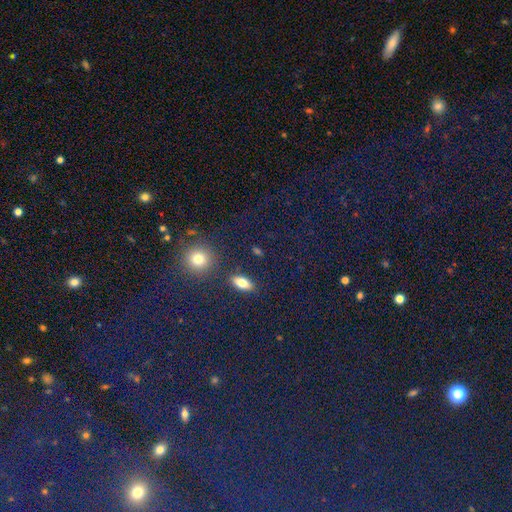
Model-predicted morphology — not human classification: Smooth or featured: smooth — 46% (tied with star or artifact — 46%)
Merging: none — 79% (minor disturbance — 9%)